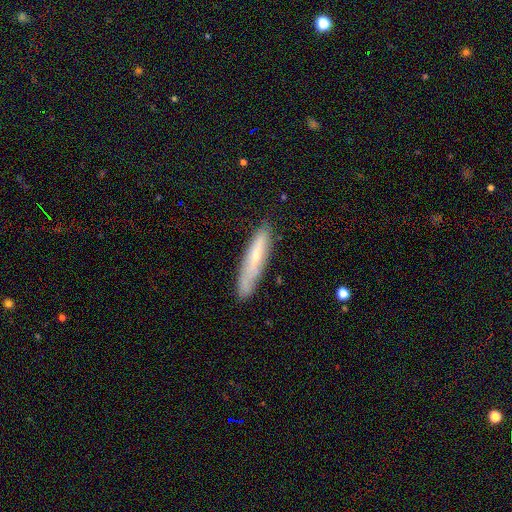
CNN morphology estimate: smooth_or_featured: smooth (p=0.57) [alt: featured or disk p=0.36]
how_rounded: cigar-shaped (p=0.85) [alt: in between p=0.14]
merging: none (p=0.76) [alt: minor disturbance p=0.18]